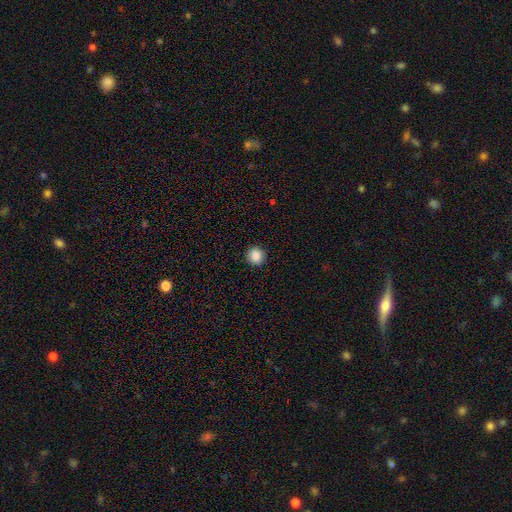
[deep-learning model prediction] smooth 87%, star or artifact 9%, featured or disk 3%. Down the decision tree: how rounded — round (91%); merging — none (91%).